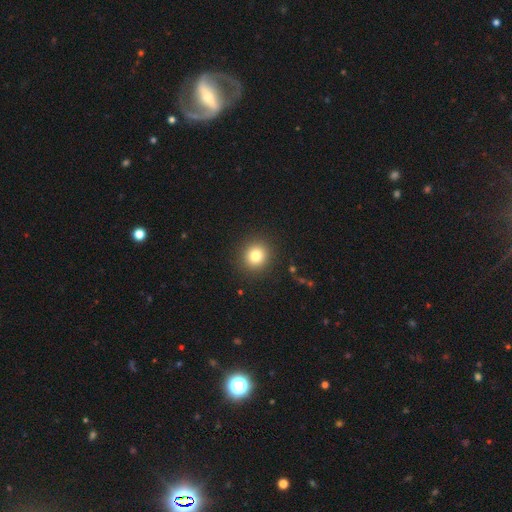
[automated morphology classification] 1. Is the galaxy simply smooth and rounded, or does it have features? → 81% smooth, 12% star or artifact, 8% featured or disk.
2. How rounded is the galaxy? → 91% round, 8% in between, 1% cigar-shaped.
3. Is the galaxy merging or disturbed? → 91% none, 6% minor disturbance, 2% major disturbance, 1% merger.